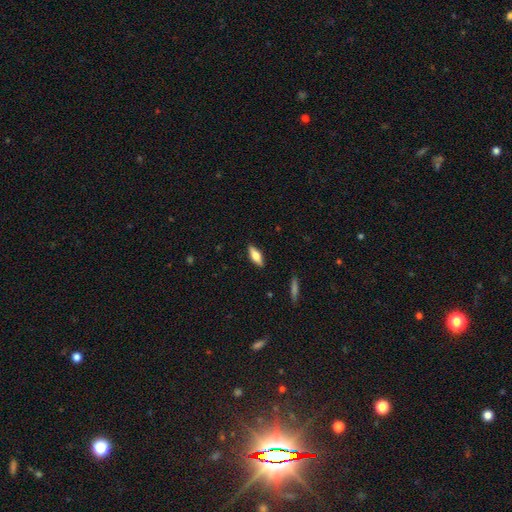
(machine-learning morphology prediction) This appears to be a smooth galaxy with no disk features (61%) that is in between round and cigar-shaped (66%). Merging: none (88%).